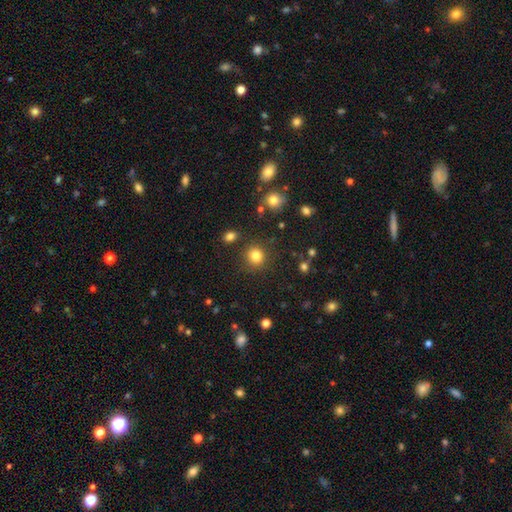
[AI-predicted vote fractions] smooth-or-featured: smooth: 82% | star or artifact: 13% | featured or disk: 5%
  how-rounded: round: 90% | in between: 9% | cigar-shaped: 1%
  merging: none: 87% | minor disturbance: 7% | merger: 3% | major disturbance: 3%